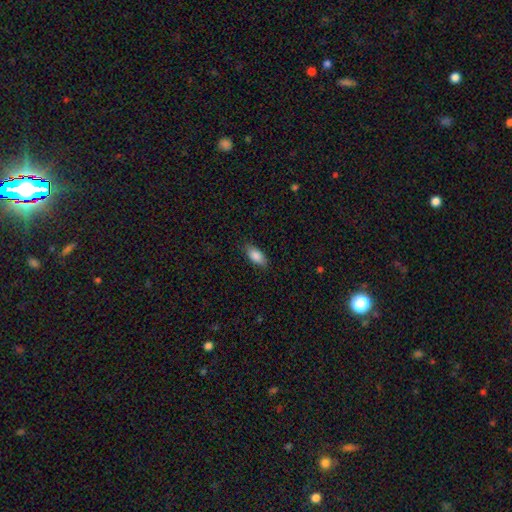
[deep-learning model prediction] Smooth or featured: smooth — 87% (star or artifact — 7%)
How rounded: in between — 87% (cigar-shaped — 10%)
Merging: none — 84% (minor disturbance — 12%)